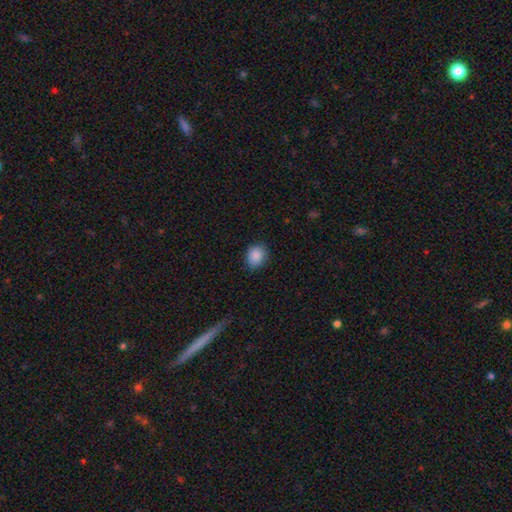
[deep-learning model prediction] Smooth or featured: smooth — 88% (star or artifact — 8%)
How rounded: round — 52% (in between — 47%)
Merging: none — 82% (minor disturbance — 14%)